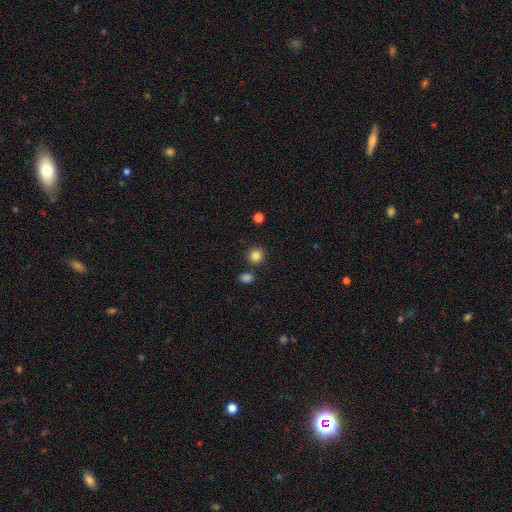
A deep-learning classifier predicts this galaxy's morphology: Overall: smooth (84%). How rounded: round (90%). Merging: none (84%).